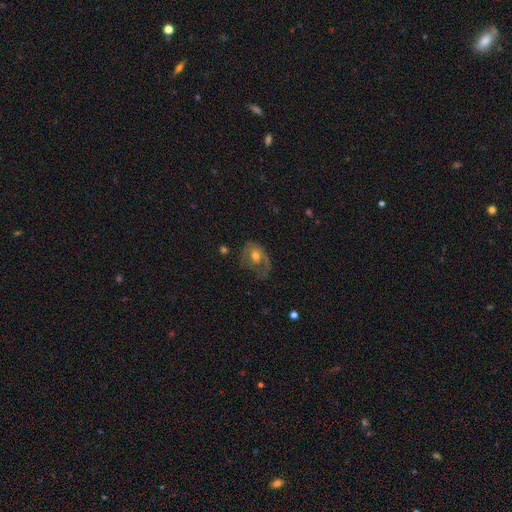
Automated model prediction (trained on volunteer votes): A featured or disk galaxy (56%) with no bar (70%), spiral arms (63%) and a moderate central bulge (68%). Merging: none (40%).